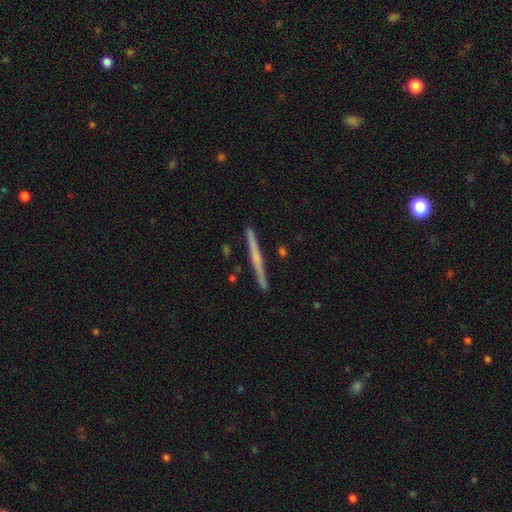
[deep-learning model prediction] Morphology: type=featured or disk (57%); edge-on=yes (98%); edge-on bulge=none (72%); merging=none (92%).